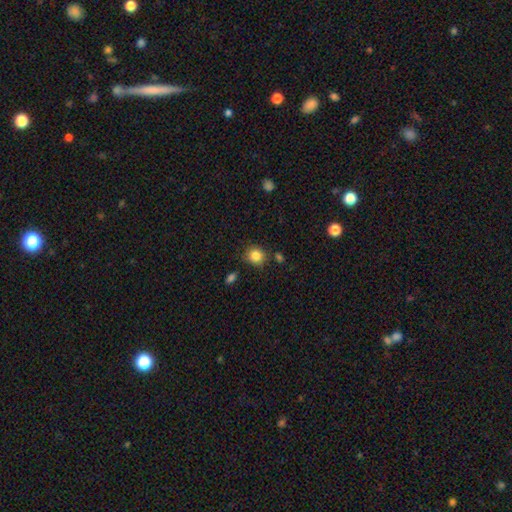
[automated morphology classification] type=smooth (84%); roundness=round (83%); merging=none (81%).